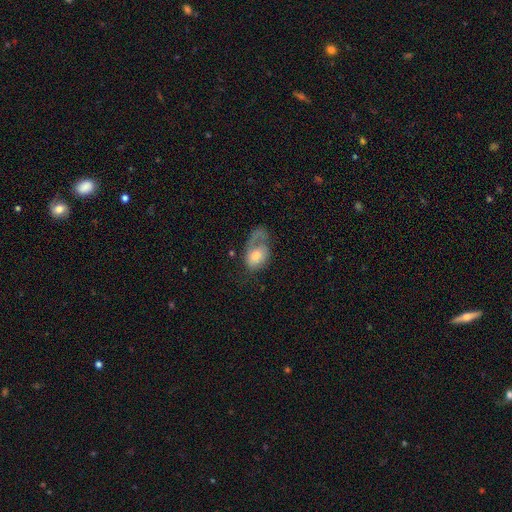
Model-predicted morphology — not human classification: This appears to be a smooth galaxy with no disk features (49%). Merging: major disturbance (49%).